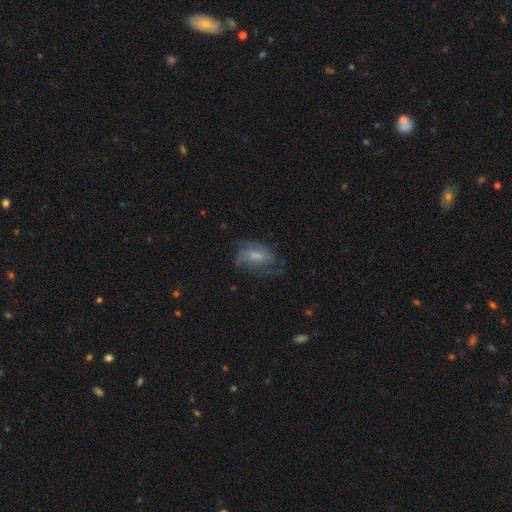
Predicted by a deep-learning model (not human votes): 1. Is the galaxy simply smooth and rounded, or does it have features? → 58% featured or disk, 34% smooth, 8% star or artifact.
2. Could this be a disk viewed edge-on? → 95% no, 5% yes.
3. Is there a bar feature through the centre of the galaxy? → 45% weak (tied), 45% no (tied), 10% strong.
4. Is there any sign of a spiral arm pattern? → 82% yes, 18% no.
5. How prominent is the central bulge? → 49% moderate, 31% small, 10% none, 9% large, 1% dominant.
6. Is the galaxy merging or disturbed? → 51% none, 26% minor disturbance, 22% major disturbance, 2% merger.